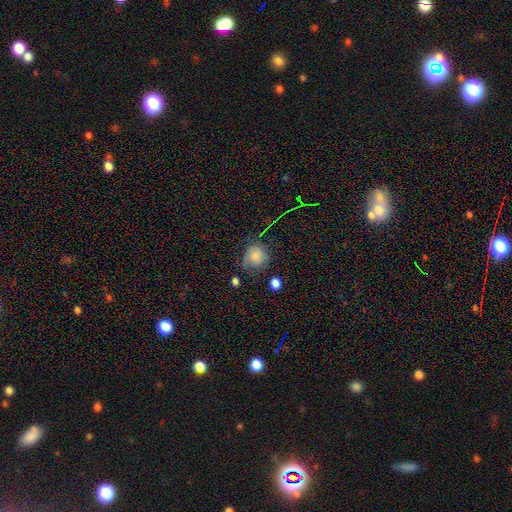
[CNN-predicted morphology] This appears to be a smooth galaxy with no disk features (72%) that is round (78%). Merging: none (56%).